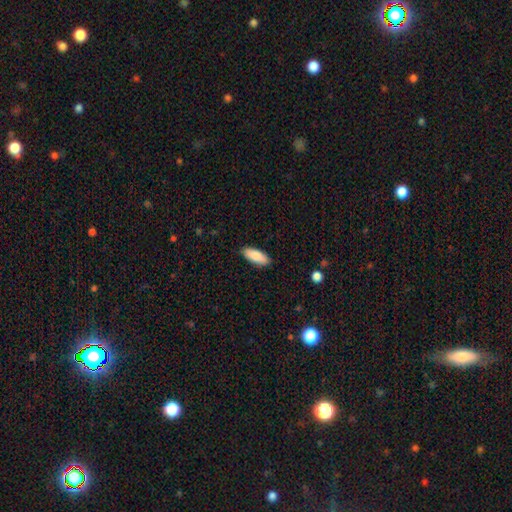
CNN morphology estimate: Smooth or featured?
  - smooth: 86% *
  - featured or disk: 9%
  - star or artifact: 6%
How rounded?
  - in between: 74% *
  - cigar-shaped: 24%
  - round: 2%
Merging?
  - none: 88% *
  - minor disturbance: 9%
  - major disturbance: 2%
  - merger: 1%